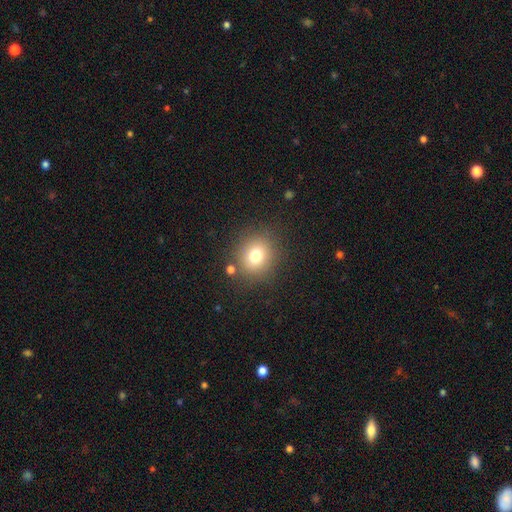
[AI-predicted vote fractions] smooth_or_featured: smooth (p=0.75) [alt: star or artifact p=0.15]
how_rounded: round (p=0.79) [alt: in between p=0.20]
merging: none (p=0.83) [alt: minor disturbance p=0.09]